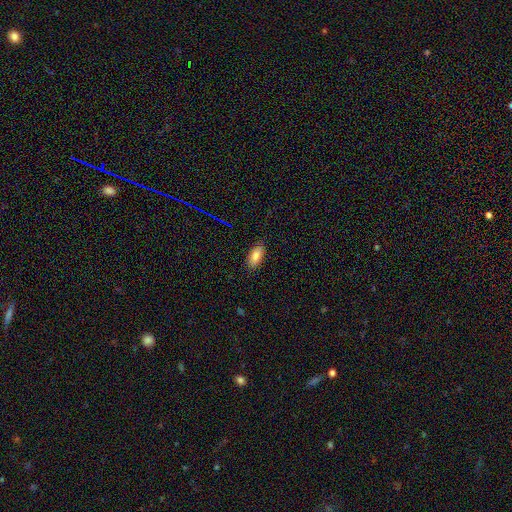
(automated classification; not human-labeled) Morphology: type=smooth (85%); roundness=in between (90%); merging=none (85%).